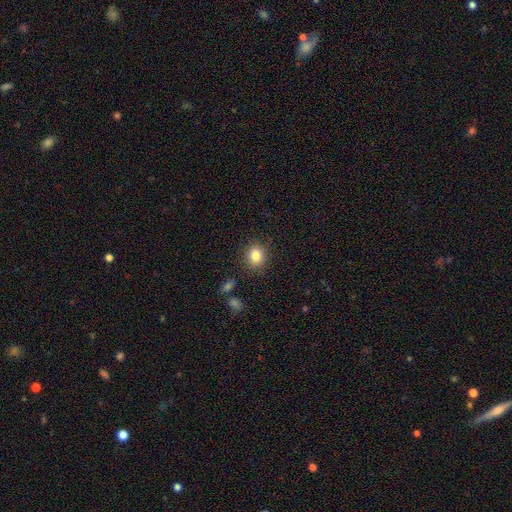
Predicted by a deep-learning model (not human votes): This appears to be a smooth galaxy with no disk features (83%) that is round (74%). Merging: none (86%).